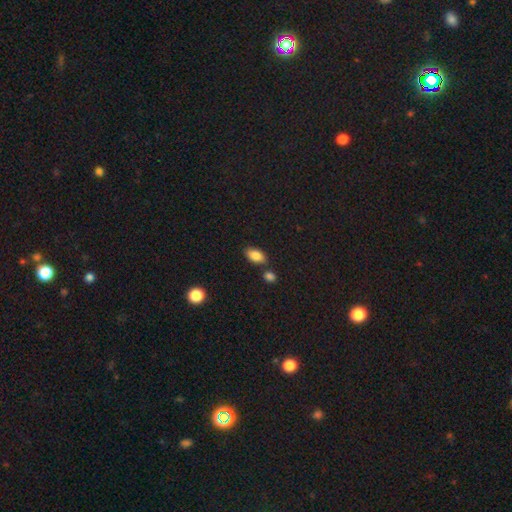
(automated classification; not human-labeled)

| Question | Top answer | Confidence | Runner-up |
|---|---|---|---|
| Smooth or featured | smooth | 85% | star or artifact (8%) |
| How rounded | in between | 91% | round (6%) |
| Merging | none | 73% | merger (12%) |